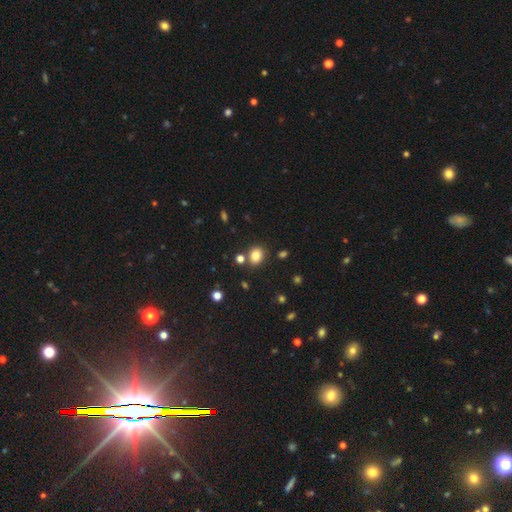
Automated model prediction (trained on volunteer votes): Smooth or featured? smooth (83%)
How rounded? round (57%)
Merging? none (78%)